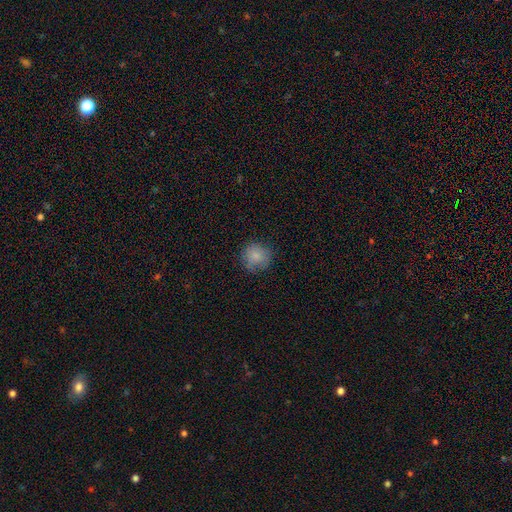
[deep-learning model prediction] Smooth or featured? Predicted: smooth (p=0.83). How rounded? Predicted: round (p=0.92). Merging? Predicted: none (p=0.80).